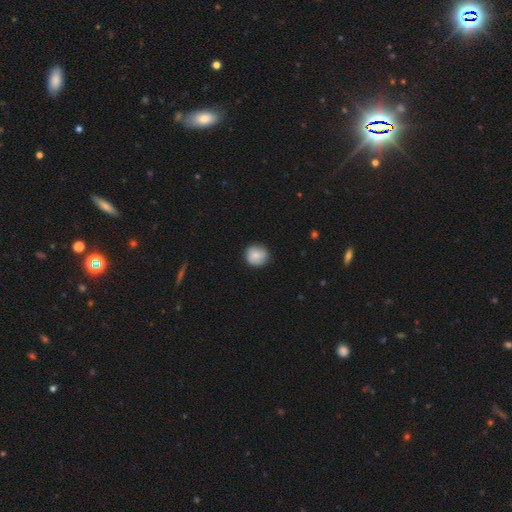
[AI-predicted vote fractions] A smooth galaxy with no disk features (81%) that is round (92%). Merging: none (86%).